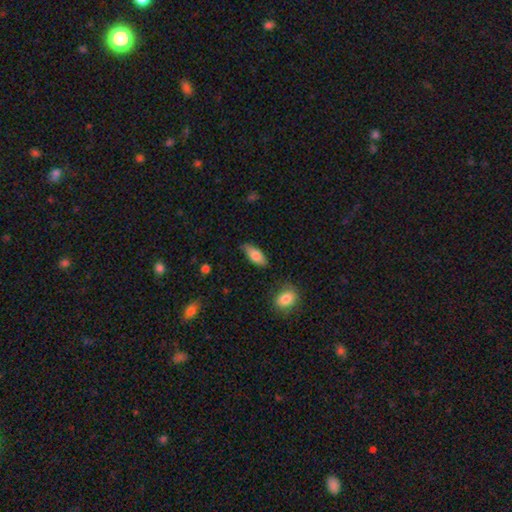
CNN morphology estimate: This appears to be a smooth galaxy with no disk features (77%) that is in between round and cigar-shaped (80%). Merging: none (73%).